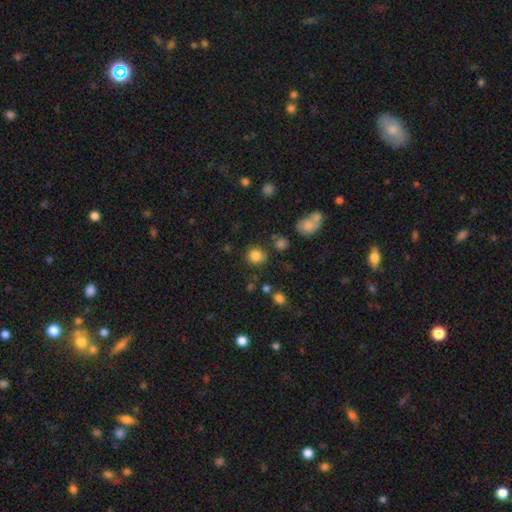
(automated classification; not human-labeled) Smooth or featured? smooth (83%)
How rounded? round (88%)
Merging? none (83%)